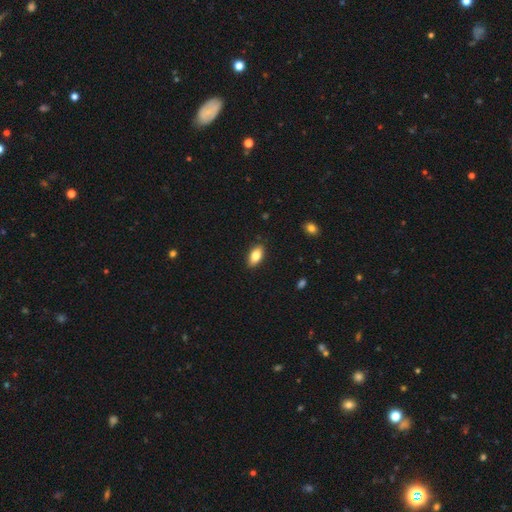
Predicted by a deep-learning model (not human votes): The model was most divided on "smooth or featured": smooth: 82%, featured or disk: 11%, star or artifact: 7%. More confident: how rounded — in between (90%); merging — none (88%).